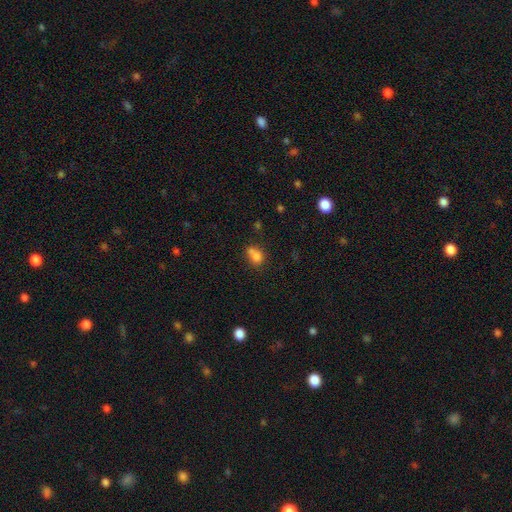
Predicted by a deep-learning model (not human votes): The model was most divided on "merging": none: 37%, merger: 36%, minor disturbance: 18%, major disturbance: 8%. More confident: smooth or featured — smooth (77%); how rounded — in between (53%).